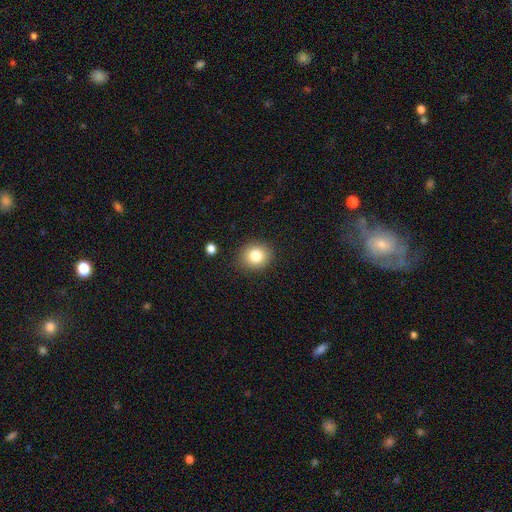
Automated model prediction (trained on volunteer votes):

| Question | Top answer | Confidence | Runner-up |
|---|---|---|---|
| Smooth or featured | smooth | 81% | star or artifact (11%) |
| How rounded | round | 75% | in between (25%) |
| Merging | none | 87% | minor disturbance (9%) |